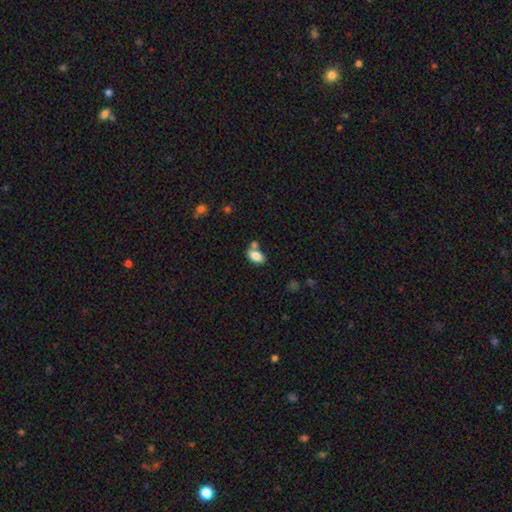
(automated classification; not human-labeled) smooth_or_featured: smooth (p=0.82) [alt: featured or disk p=0.10]
how_rounded: in between (p=0.92) [alt: round p=0.06]
merging: none (p=0.55) [alt: merger p=0.27]